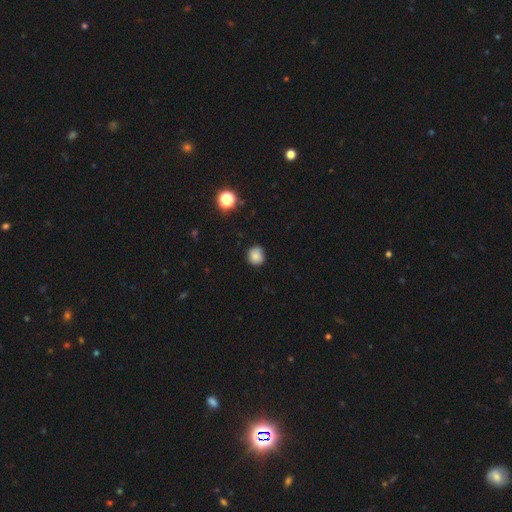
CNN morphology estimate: type=smooth (83%); roundness=round (87%); merging=none (82%).